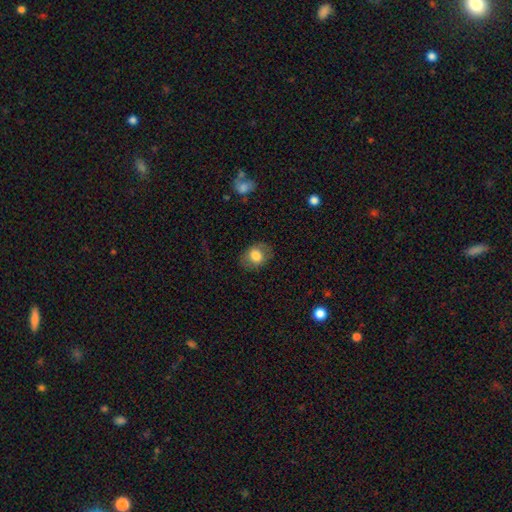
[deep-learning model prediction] Smooth or featured?
  - smooth: 77% *
  - featured or disk: 16%
  - star or artifact: 8%
How rounded?
  - in between: 55% *
  - round: 44%
  - cigar-shaped: 1%
Merging?
  - none: 79% *
  - minor disturbance: 14%
  - major disturbance: 5%
  - merger: 1%